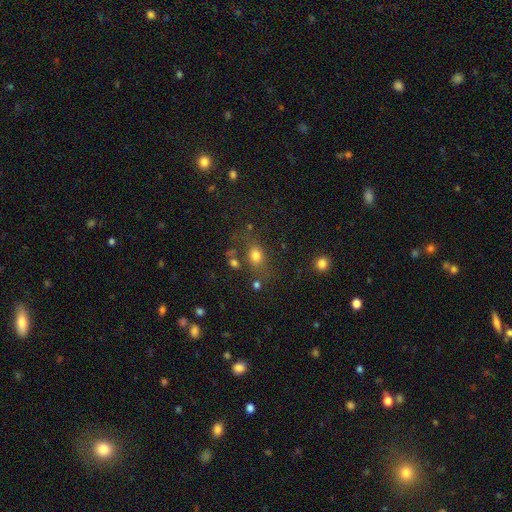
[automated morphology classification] Smooth or featured?
  - smooth: 74% *
  - star or artifact: 16%
  - featured or disk: 10%
How rounded?
  - in between: 50% *
  - round: 48%
  - cigar-shaped: 2%
Merging?
  - none: 64% *
  - minor disturbance: 16%
  - merger: 10%
  - major disturbance: 10%